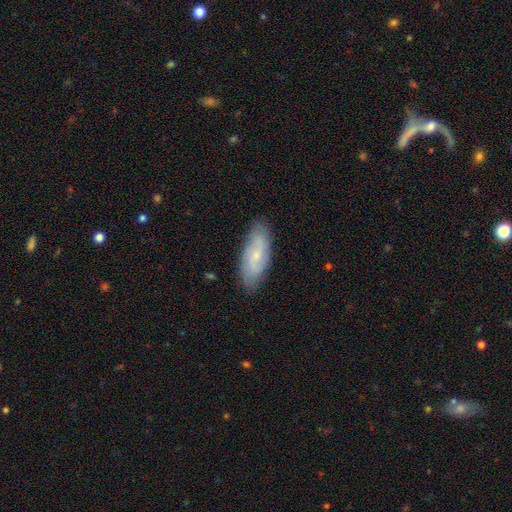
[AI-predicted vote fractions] A smooth galaxy with no disk features (49%). Merging: none (82%).